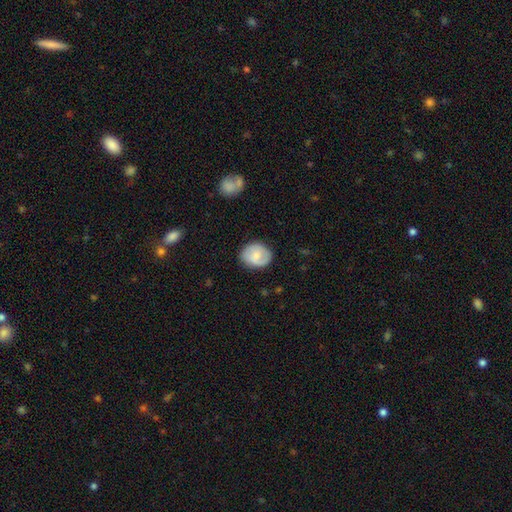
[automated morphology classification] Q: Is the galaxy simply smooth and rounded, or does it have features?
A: smooth — 61%.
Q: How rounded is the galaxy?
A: round — 58%.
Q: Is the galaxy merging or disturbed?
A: none — 78%.